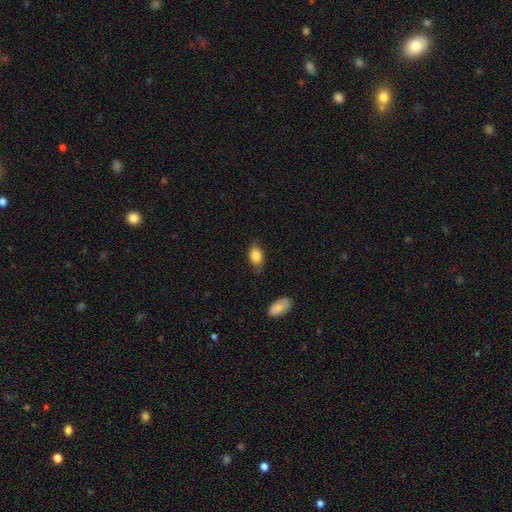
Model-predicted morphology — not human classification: Overall: smooth (84%). How rounded: in between (85%). Merging: none (70%).